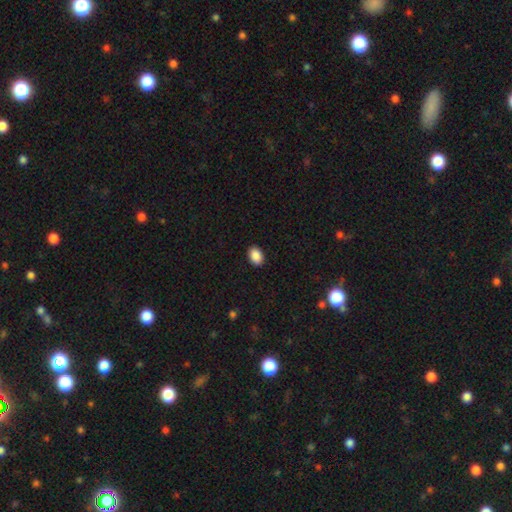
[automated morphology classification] Q: Smooth or featured?
A: smooth (90%); runner-up: star or artifact (8%)
Q: How rounded?
A: in between (82%); runner-up: round (17%)
Q: Merging?
A: none (91%); runner-up: minor disturbance (6%)